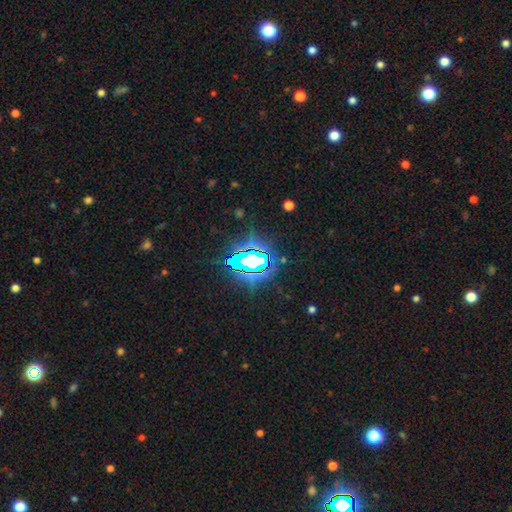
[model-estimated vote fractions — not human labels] Smooth or featured?
  - star or artifact: 71% *
  - smooth: 16%
  - featured or disk: 13%